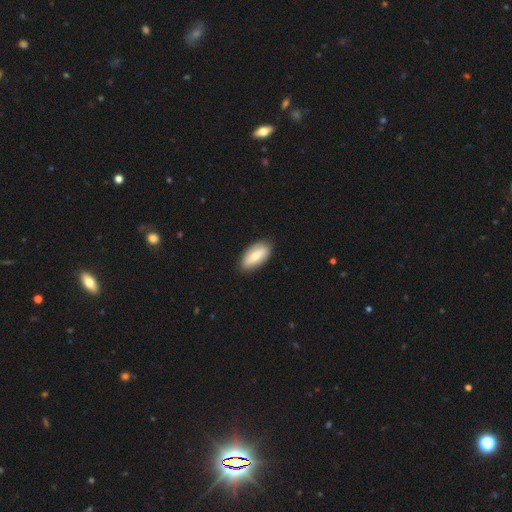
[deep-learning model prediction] smooth 67%, featured or disk 27%, star or artifact 6%. Down the decision tree: how rounded — in between (90%); merging — none (87%).